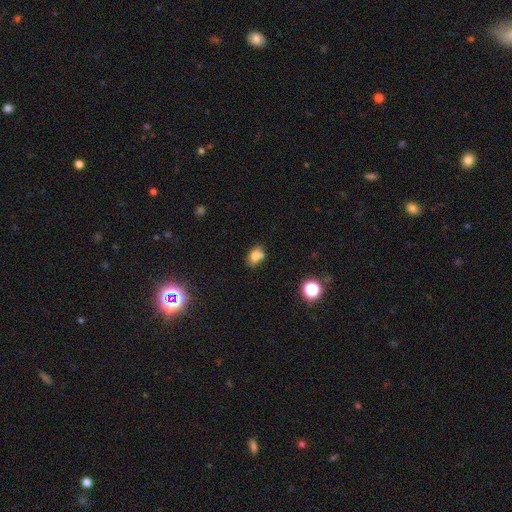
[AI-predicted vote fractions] Smooth or featured? smooth (74%)
How rounded? in between (74%)
Merging? none (55%)